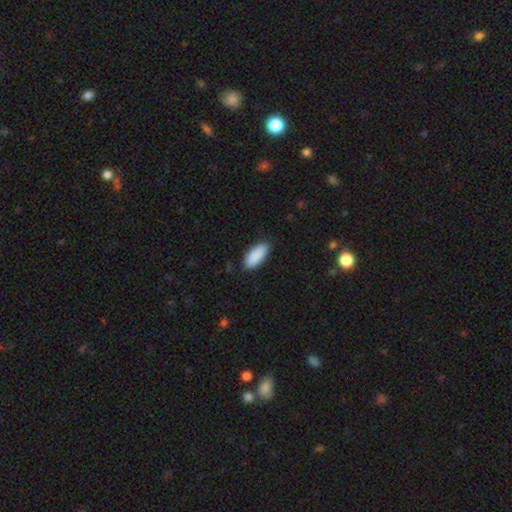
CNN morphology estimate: A smooth galaxy with no disk features (91%) that is in between round and cigar-shaped (89%). Merging: none (86%).